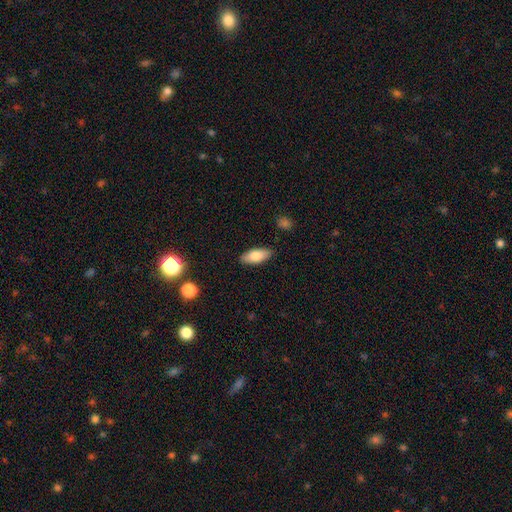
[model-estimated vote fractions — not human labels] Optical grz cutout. It shows a smooth galaxy with no disk features (81%) that is in between round and cigar-shaped (82%). Merging: none (88%).